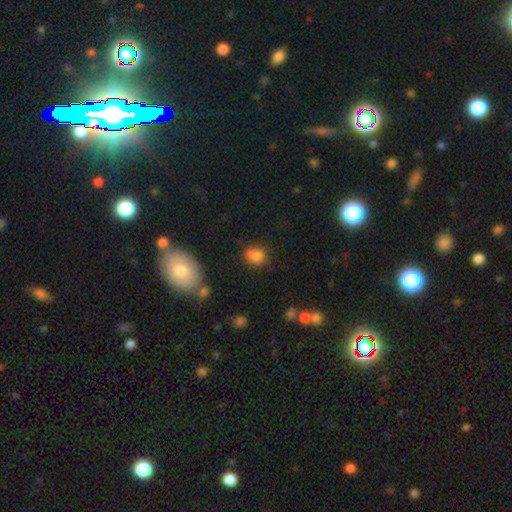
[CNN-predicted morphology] The model was most divided on "how rounded": round: 62%, in between: 37%, cigar-shaped: 1%. More confident: smooth or featured — smooth (80%); merging — none (64%).